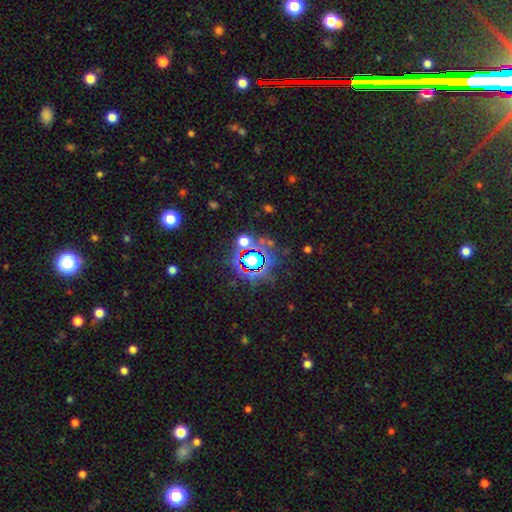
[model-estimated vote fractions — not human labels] The model was most divided on "smooth or featured": star or artifact: 78%, smooth: 13%, featured or disk: 9%.